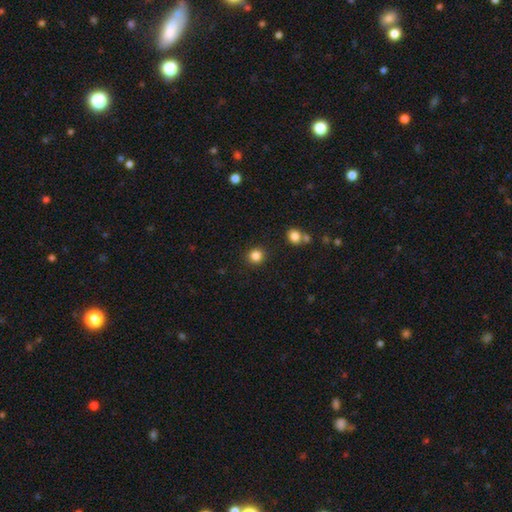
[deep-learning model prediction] Overall: smooth (85%). How rounded: round (91%). Merging: none (90%).